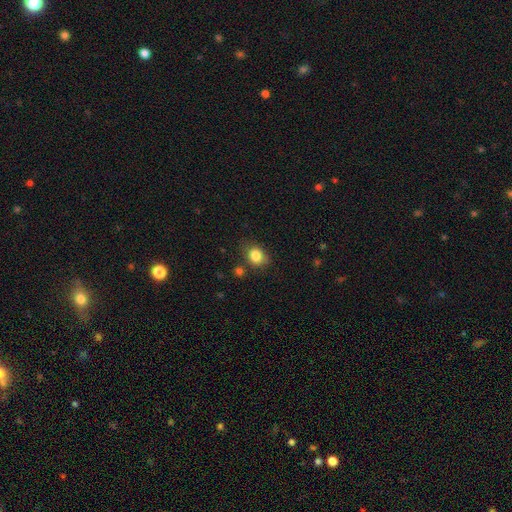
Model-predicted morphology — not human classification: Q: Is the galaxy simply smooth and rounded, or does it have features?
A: smooth — 84%.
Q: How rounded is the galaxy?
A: round — 51%.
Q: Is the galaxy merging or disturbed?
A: none — 73%.